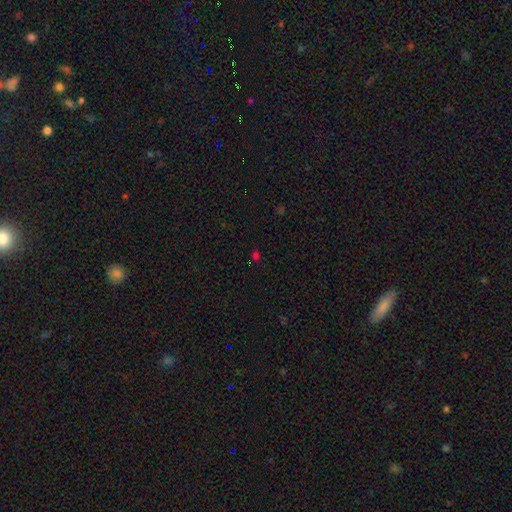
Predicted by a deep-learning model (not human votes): Smooth or featured? star or artifact (48%)